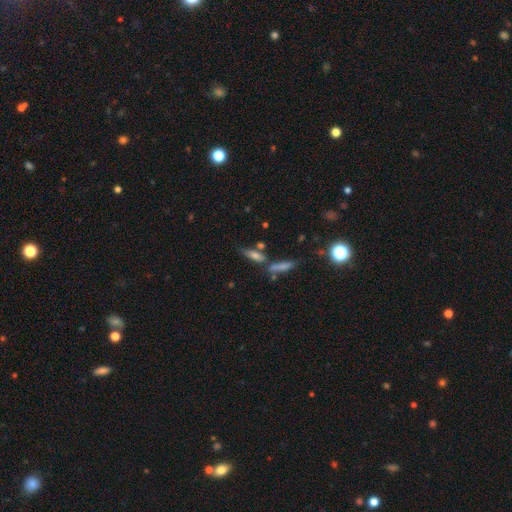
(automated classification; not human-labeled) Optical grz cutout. It shows a smooth galaxy with no disk features (51%) that is cigar-shaped (65%). Merging: none (55%).